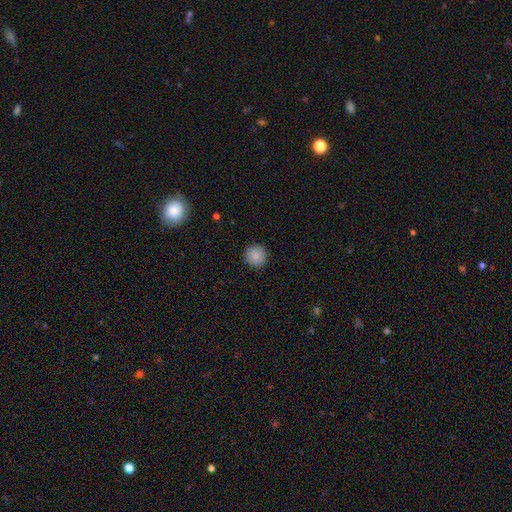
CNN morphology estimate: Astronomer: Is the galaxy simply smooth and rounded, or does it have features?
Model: smooth — 88%.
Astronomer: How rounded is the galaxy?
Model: round — 95%.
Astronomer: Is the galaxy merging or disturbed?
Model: none — 92%.